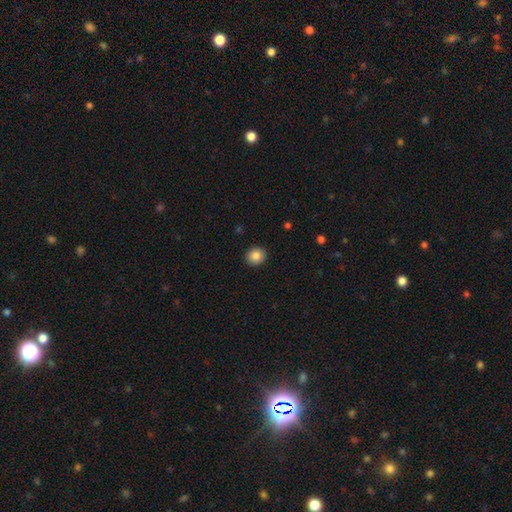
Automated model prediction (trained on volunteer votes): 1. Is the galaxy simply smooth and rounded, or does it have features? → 86% smooth, 9% star or artifact, 5% featured or disk.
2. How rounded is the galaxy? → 80% round, 19% in between, 1% cigar-shaped.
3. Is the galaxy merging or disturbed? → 91% none, 6% minor disturbance, 2% major disturbance, 1% merger.